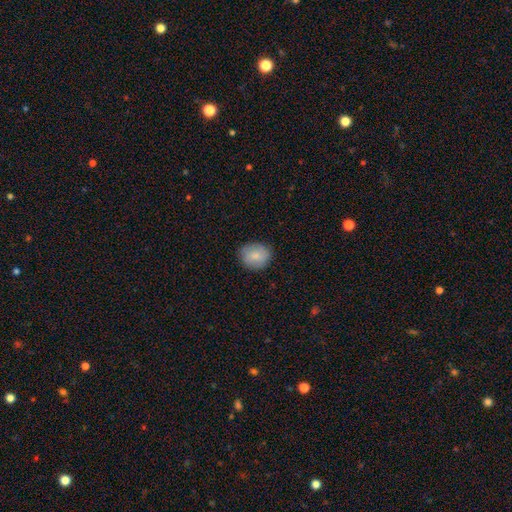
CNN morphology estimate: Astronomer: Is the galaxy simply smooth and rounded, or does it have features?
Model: smooth — 83%.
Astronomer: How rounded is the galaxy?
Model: round — 65%.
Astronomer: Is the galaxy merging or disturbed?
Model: none — 84%.